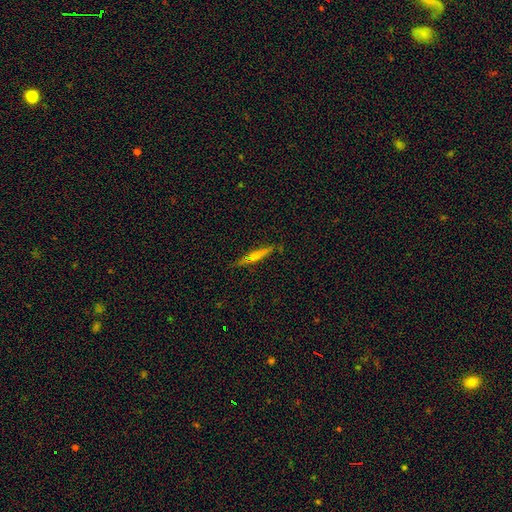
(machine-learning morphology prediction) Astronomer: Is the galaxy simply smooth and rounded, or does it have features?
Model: smooth — 52% (runner-up: featured or disk, 38%).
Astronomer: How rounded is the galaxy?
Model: cigar-shaped — 89%.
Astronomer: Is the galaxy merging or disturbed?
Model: none — 82%.